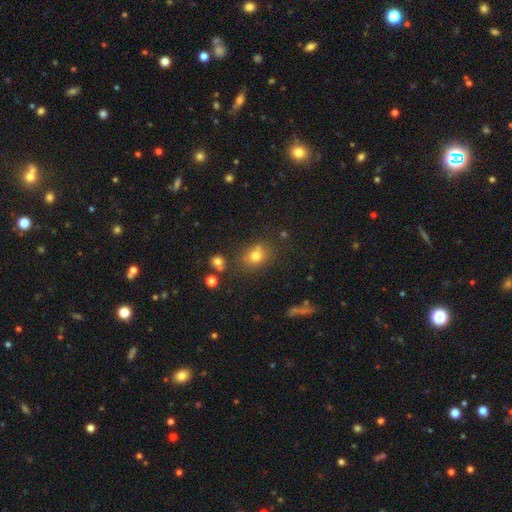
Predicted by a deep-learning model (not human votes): Smooth or featured: smooth — 74% (star or artifact — 16%)
How rounded: round — 57% (in between — 42%)
Merging: none — 70% (minor disturbance — 14%)